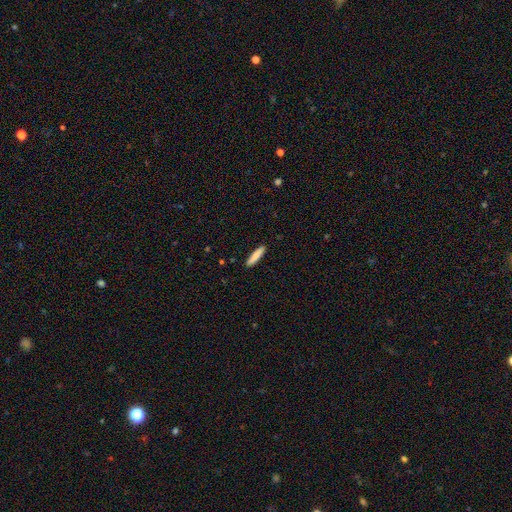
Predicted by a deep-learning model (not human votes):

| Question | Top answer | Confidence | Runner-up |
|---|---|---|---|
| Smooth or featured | smooth | 84% | featured or disk (10%) |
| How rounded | cigar-shaped | 87% | in between (12%) |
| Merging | none | 91% | minor disturbance (7%) |